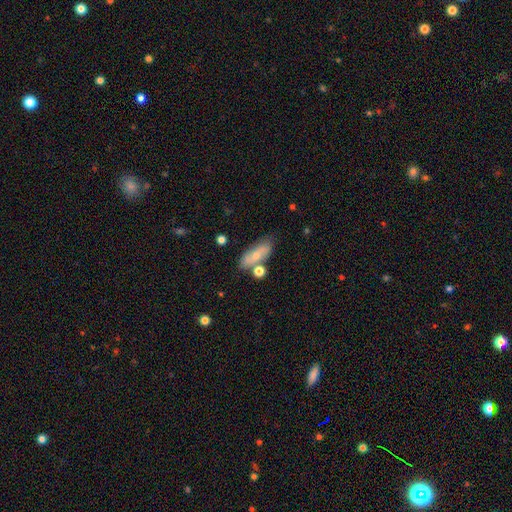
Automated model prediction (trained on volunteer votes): Q: Smooth or featured?
A: smooth (56%); runner-up: featured or disk (36%)
Q: How rounded?
A: in between (71%); runner-up: cigar-shaped (24%)
Q: Merging?
A: none (60%); runner-up: minor disturbance (19%)